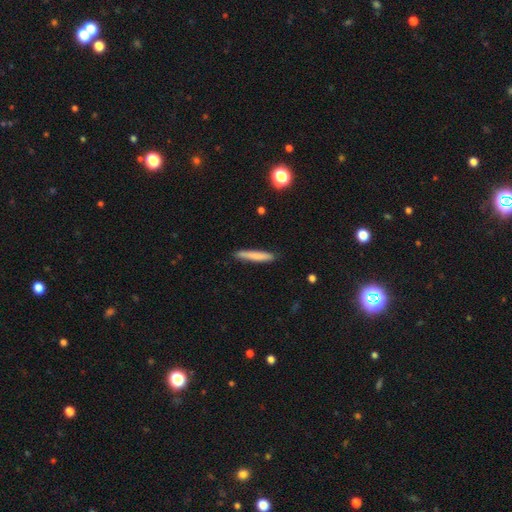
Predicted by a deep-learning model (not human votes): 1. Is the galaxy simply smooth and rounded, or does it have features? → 76% smooth, 18% featured or disk, 6% star or artifact.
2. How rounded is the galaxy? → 94% cigar-shaped, 5% in between, 1% round.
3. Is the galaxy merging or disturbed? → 87% none, 10% minor disturbance, 2% major disturbance, 1% merger.